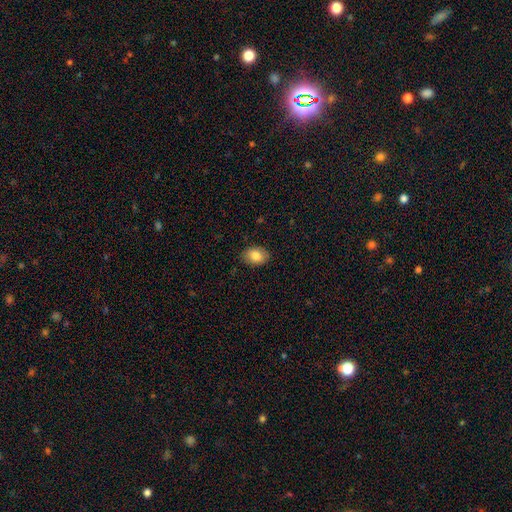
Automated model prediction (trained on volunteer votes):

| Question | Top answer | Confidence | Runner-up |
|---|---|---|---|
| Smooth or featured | smooth | 83% | featured or disk (9%) |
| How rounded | in between | 76% | round (23%) |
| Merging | none | 87% | minor disturbance (10%) |